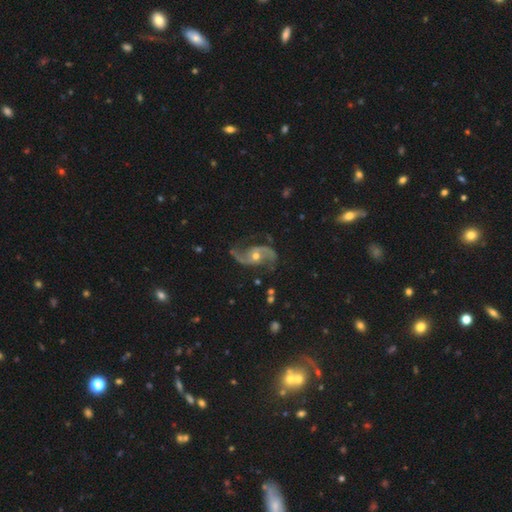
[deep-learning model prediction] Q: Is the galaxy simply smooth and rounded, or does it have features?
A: featured or disk — 90%.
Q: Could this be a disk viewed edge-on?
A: no — 97%.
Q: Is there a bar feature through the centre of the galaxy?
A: no — 65%.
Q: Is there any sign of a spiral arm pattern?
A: yes — 97%.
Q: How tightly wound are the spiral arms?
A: loose — 58%.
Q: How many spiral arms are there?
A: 2 — 93%.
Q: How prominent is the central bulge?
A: moderate — 57%.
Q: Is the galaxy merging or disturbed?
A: none — 75%.